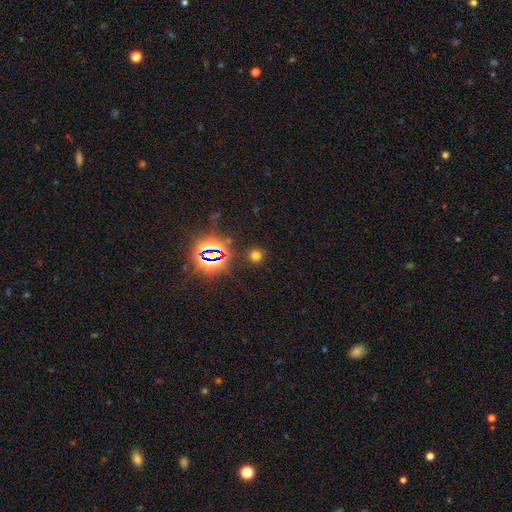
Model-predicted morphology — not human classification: Overall: smooth (62%; star or artifact 32%). How rounded: round (90%). Merging: none (87%).